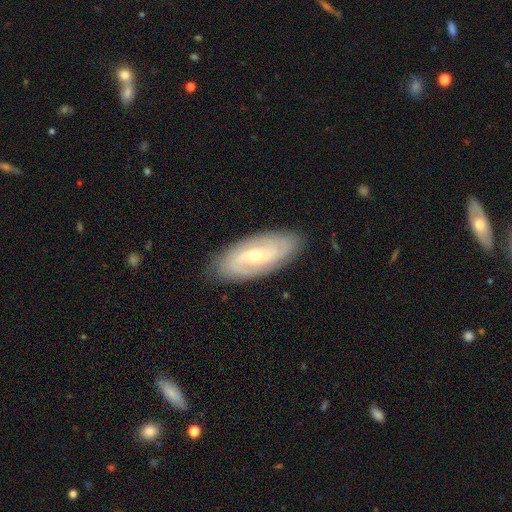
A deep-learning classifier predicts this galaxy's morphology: Smooth or featured? featured or disk (81%)
Edge-on disk? no (92%)
Bar? no (45%)
Spiral arms? yes (94%)
Spiral winding? tight (43%)
Spiral arm count? 2 (60%)
Bulge size? small (64%)
Merging? none (85%)